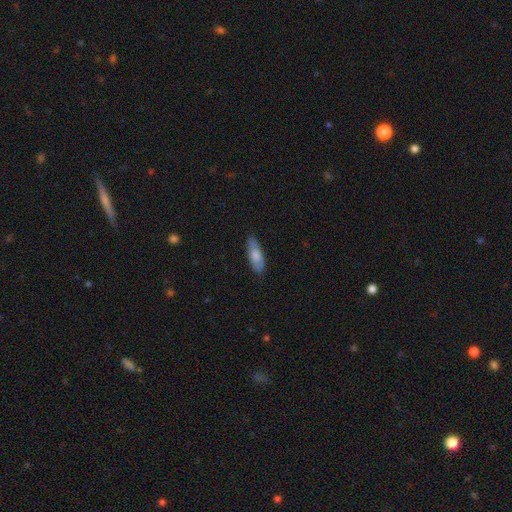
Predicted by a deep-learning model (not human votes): Smooth or featured?
  - smooth: 77% *
  - featured or disk: 18%
  - star or artifact: 6%
How rounded?
  - in between: 68% *
  - cigar-shaped: 30%
  - round: 2%
Merging?
  - none: 84% *
  - minor disturbance: 13%
  - major disturbance: 2%
  - merger: 1%